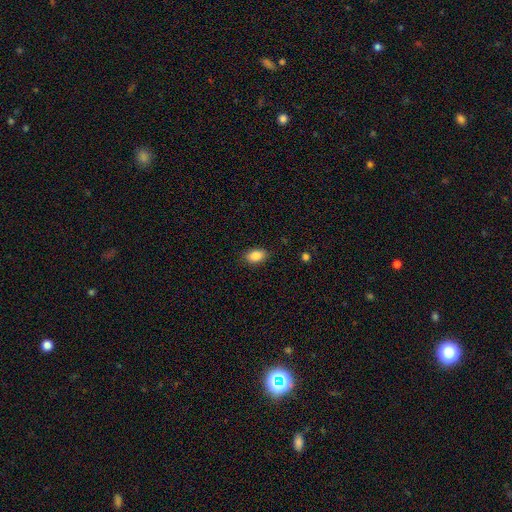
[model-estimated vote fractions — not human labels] Morphology: type=smooth (86%); roundness=in between (90%); merging=none (86%).